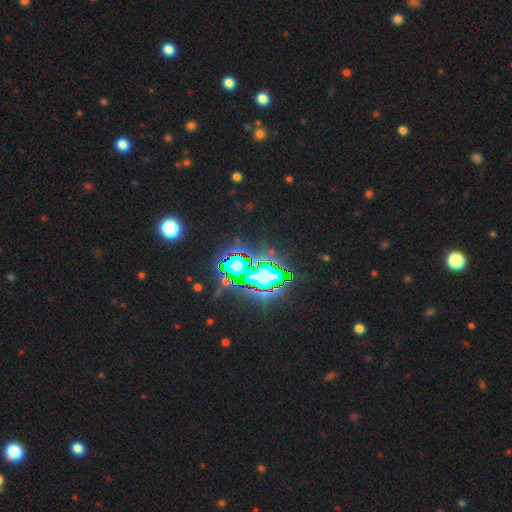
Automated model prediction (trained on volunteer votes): This is clearly a star or artifact rather than a galaxy (83%).